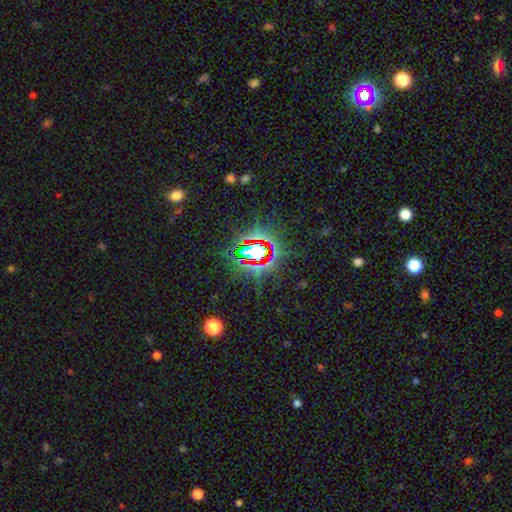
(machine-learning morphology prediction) type=star or artifact (80%).